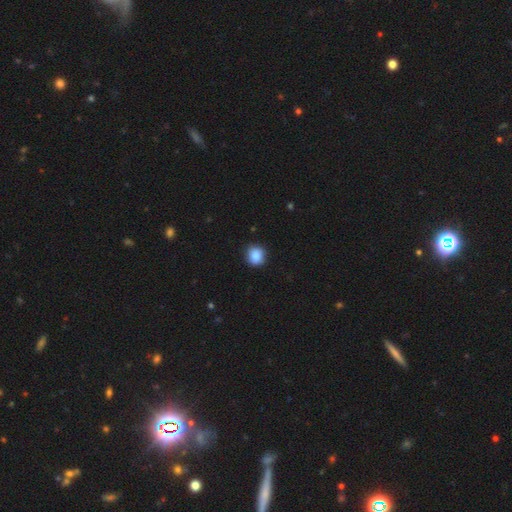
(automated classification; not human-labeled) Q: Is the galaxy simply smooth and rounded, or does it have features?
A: smooth — 86%.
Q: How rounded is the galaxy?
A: round — 85%.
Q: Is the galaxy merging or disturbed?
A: none — 88%.